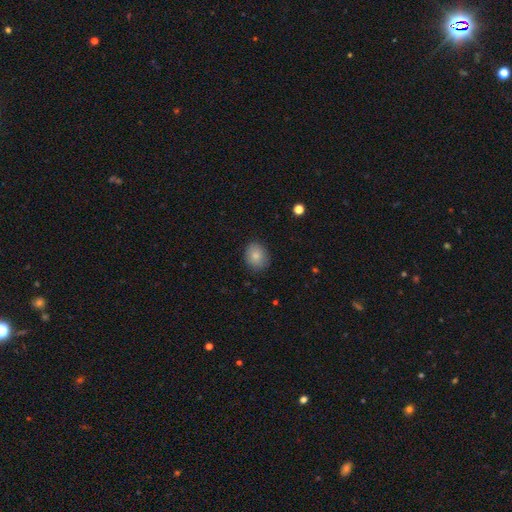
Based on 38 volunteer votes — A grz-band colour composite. It shows a smooth galaxy with no disk features (82%) that is round (77%). Merging: none (69%).